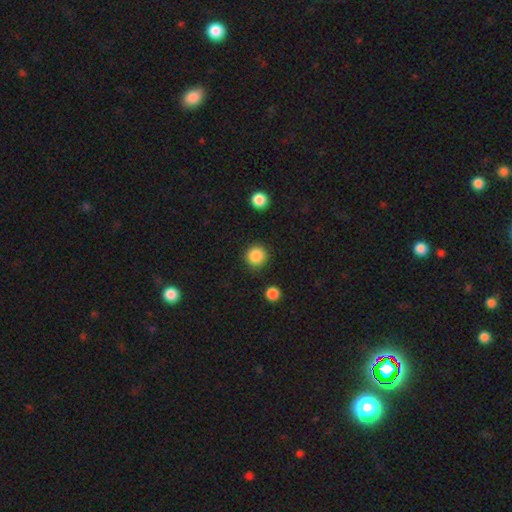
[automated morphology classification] Overall: smooth (88%). How rounded: round (94%). Merging: none (89%).